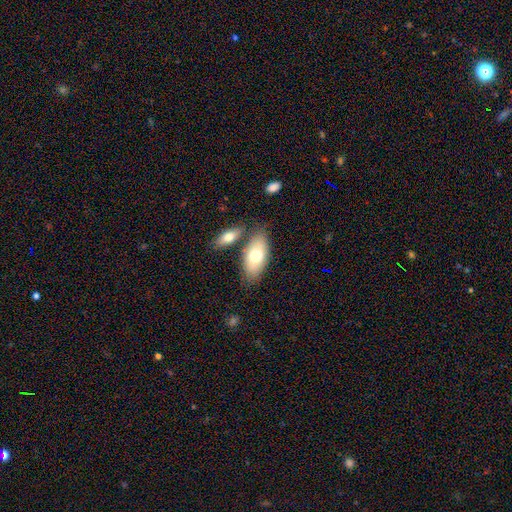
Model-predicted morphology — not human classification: smooth_or_featured: smooth (p=0.72) [alt: featured or disk p=0.22]
how_rounded: in between (p=0.91) [alt: cigar-shaped p=0.06]
merging: none (p=0.69) [alt: merger p=0.16]